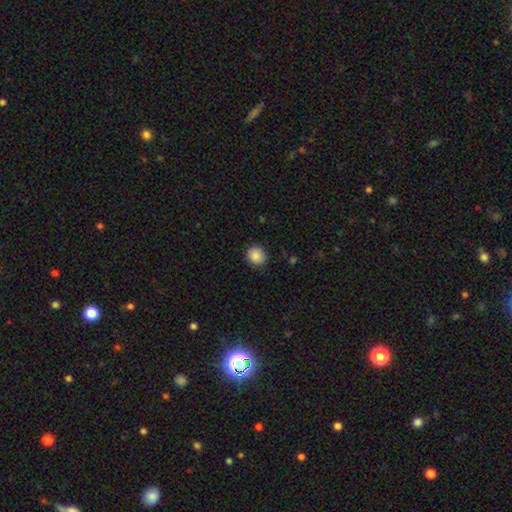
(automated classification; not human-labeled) Smooth or featured: smooth — 87% (star or artifact — 9%)
How rounded: round — 82% (in between — 17%)
Merging: none — 88% (minor disturbance — 9%)